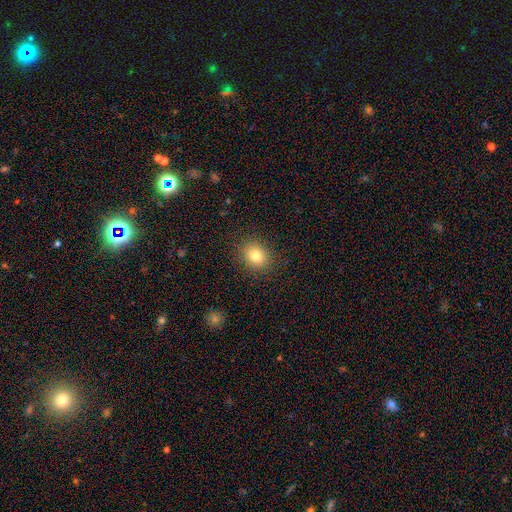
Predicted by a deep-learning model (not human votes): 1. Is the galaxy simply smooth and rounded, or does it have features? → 80% smooth, 11% star or artifact, 9% featured or disk.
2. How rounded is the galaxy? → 67% round, 32% in between, 1% cigar-shaped.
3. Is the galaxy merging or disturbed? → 89% none, 8% minor disturbance, 3% major disturbance, 1% merger.